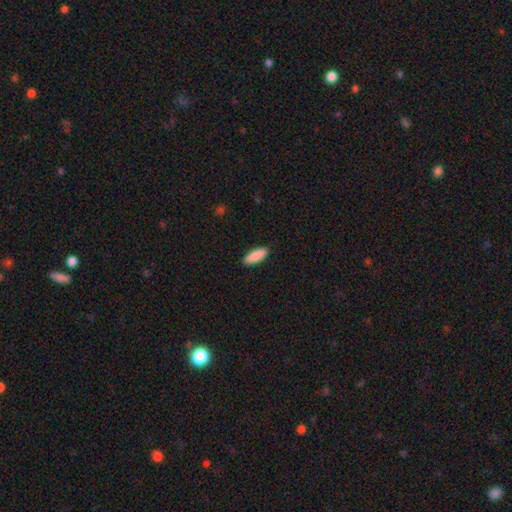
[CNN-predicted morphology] smooth 90%, star or artifact 5%, featured or disk 4%. Down the decision tree: how rounded — in between (63%); merging — none (90%).